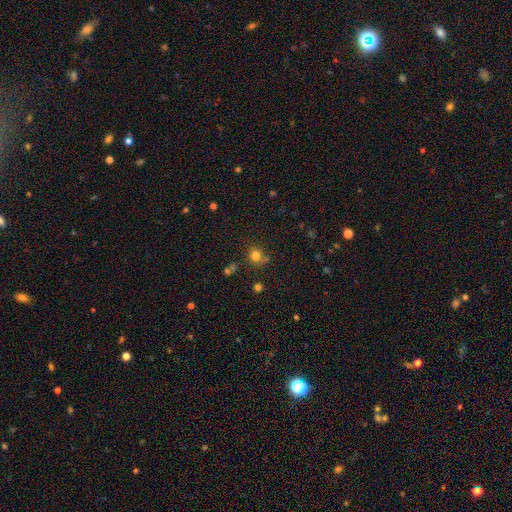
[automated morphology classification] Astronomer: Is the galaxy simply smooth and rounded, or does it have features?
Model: smooth — 76%.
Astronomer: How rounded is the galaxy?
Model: round — 87%.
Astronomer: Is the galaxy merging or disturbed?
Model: none — 71%.